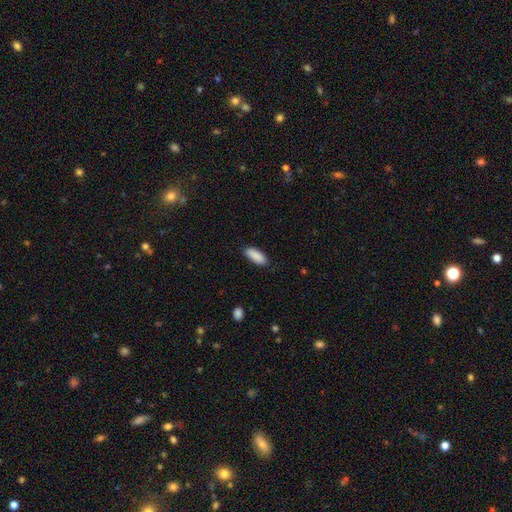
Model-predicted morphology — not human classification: A smooth galaxy with no disk features (90%) that is in between round and cigar-shaped (78%).

Vote fractions:
- Smooth or featured? smooth: 90% / star or artifact: 6% / featured or disk: 4%
- How rounded? in between: 78% / cigar-shaped: 20% / round: 2%
- Merging? none: 87% / minor disturbance: 10% / major disturbance: 2% / merger: 1%